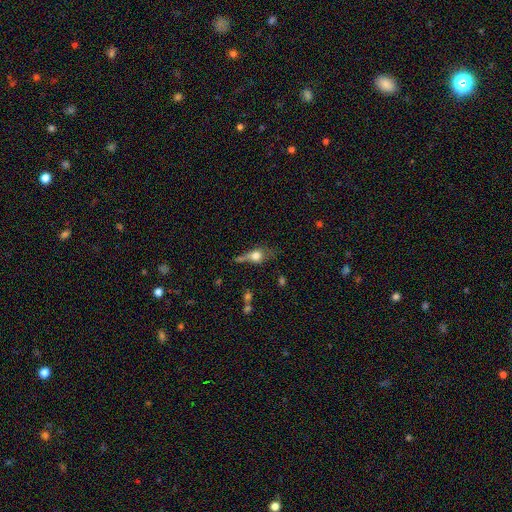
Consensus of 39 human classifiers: Q: Smooth or featured?
A: smooth (62%); runner-up: featured or disk (31%)
Q: How rounded?
A: round (46%); runner-up: in between (38%)
Q: Merging?
A: none (47%); runner-up: merger (22%)